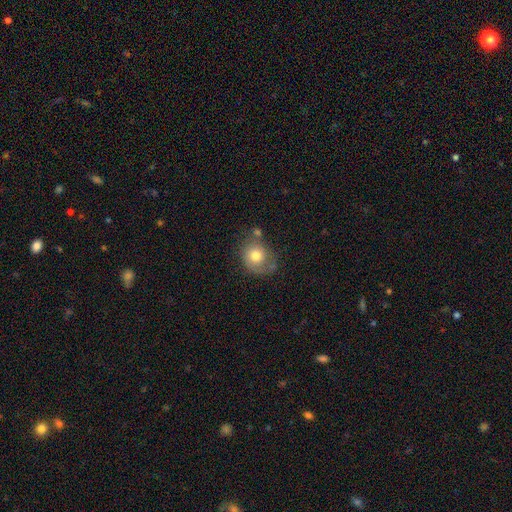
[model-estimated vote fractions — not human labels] The model was most divided on "merging": none: 47%, minor disturbance: 25%, major disturbance: 16%, merger: 12%. More confident: how rounded — round (67%); smooth or featured — smooth (66%).